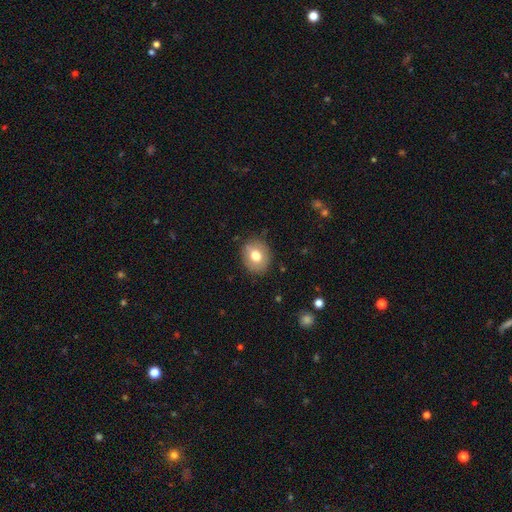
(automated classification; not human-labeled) Morphology: type=smooth (72%); roundness=round (66%); merging=none (83%).